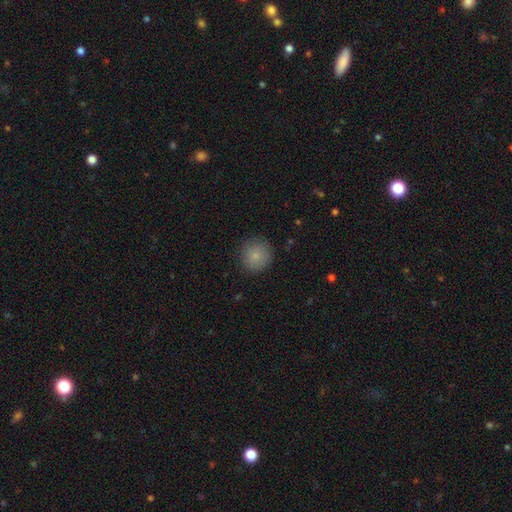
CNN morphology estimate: Q: Smooth or featured?
A: smooth (84%); runner-up: star or artifact (9%)
Q: How rounded?
A: round (93%); runner-up: in between (6%)
Q: Merging?
A: none (88%); runner-up: minor disturbance (9%)